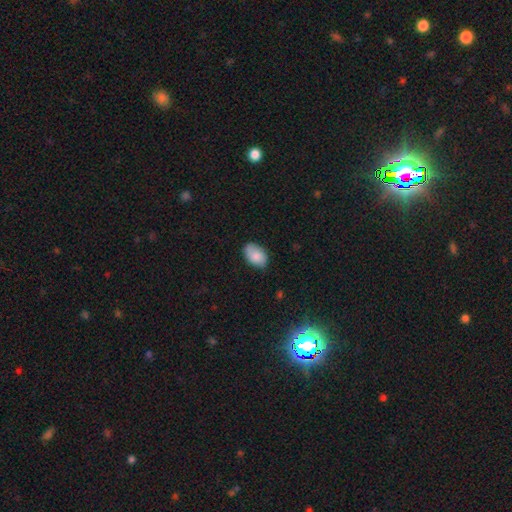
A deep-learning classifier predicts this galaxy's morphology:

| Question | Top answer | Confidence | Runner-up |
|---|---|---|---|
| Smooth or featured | smooth | 82% | featured or disk (11%) |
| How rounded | in between | 89% | round (10%) |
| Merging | none | 72% | minor disturbance (22%) |